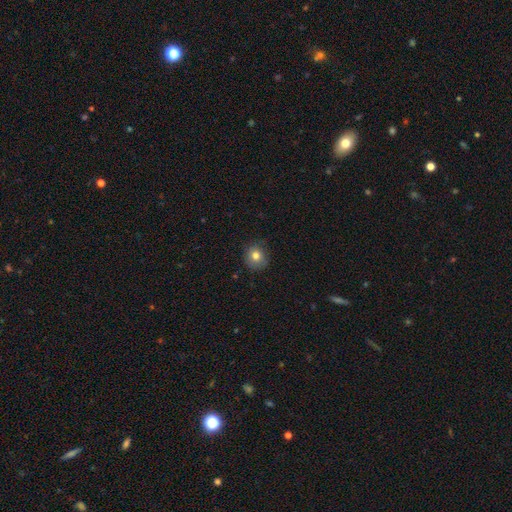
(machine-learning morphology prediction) Q: Smooth or featured?
A: smooth (78%); runner-up: star or artifact (11%)
Q: How rounded?
A: round (86%); runner-up: in between (13%)
Q: Merging?
A: none (83%); runner-up: minor disturbance (13%)